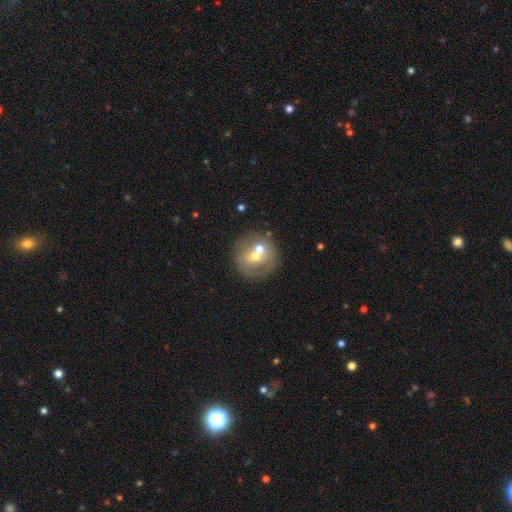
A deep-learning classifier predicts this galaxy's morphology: Overall: smooth (45%, tied with featured or disk). Merging: none (49%; merger 34%).